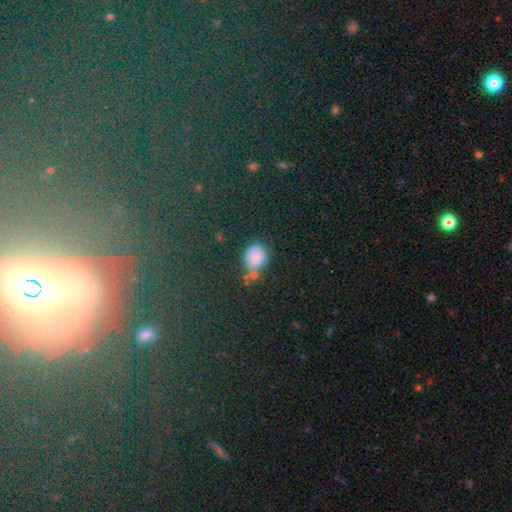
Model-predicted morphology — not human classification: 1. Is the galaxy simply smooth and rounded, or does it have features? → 77% smooth, 16% star or artifact, 7% featured or disk.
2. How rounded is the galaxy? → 66% round, 32% in between, 2% cigar-shaped.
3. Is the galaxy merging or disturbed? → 59% none, 20% minor disturbance, 14% merger, 7% major disturbance.